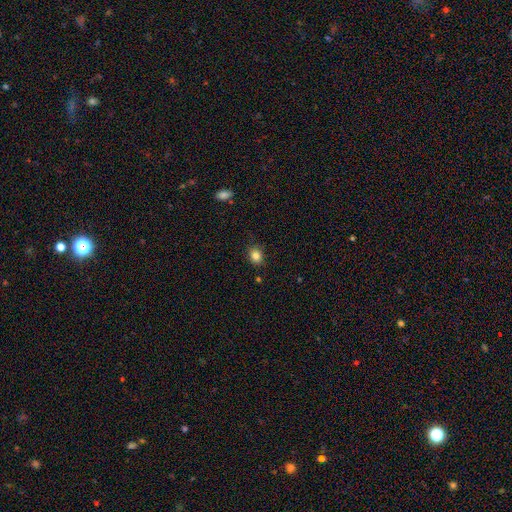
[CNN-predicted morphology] Smooth or featured? Predicted: smooth (p=0.84). How rounded? Predicted: round (p=0.58). Merging? Predicted: none (p=0.85).